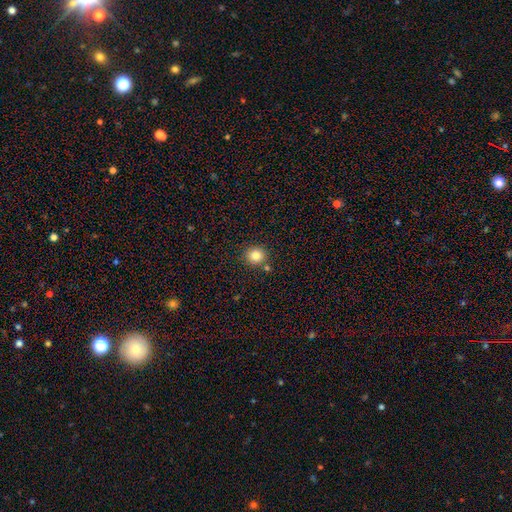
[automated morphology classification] Overall: smooth (82%). How rounded: round (88%). Merging: none (82%).